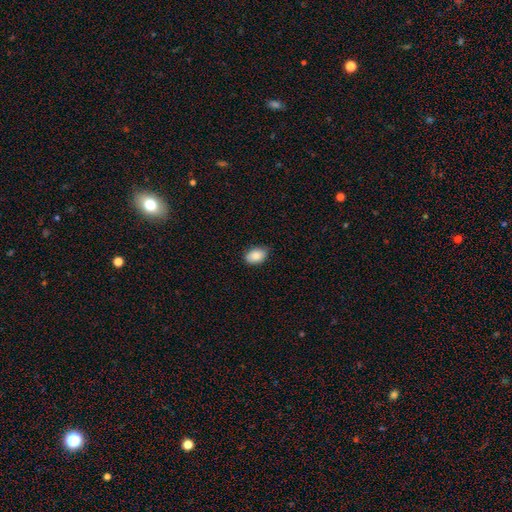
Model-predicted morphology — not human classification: This is clearly a smooth galaxy (87%). How rounded: clearly in between (88%). Merging: likely none (78%).